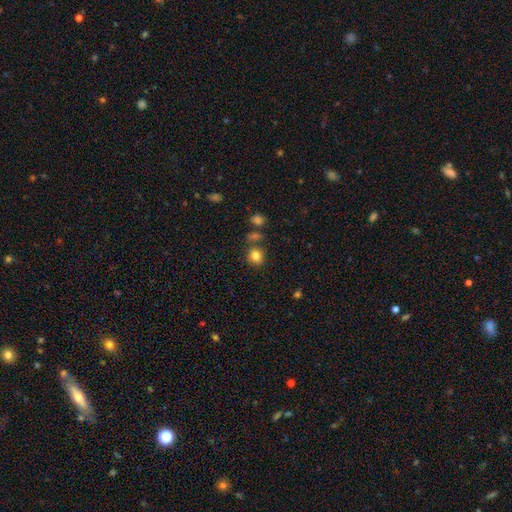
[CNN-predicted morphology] Q: Smooth or featured?
A: smooth (83%); runner-up: star or artifact (11%)
Q: How rounded?
A: round (72%); runner-up: in between (27%)
Q: Merging?
A: none (74%); runner-up: minor disturbance (12%)